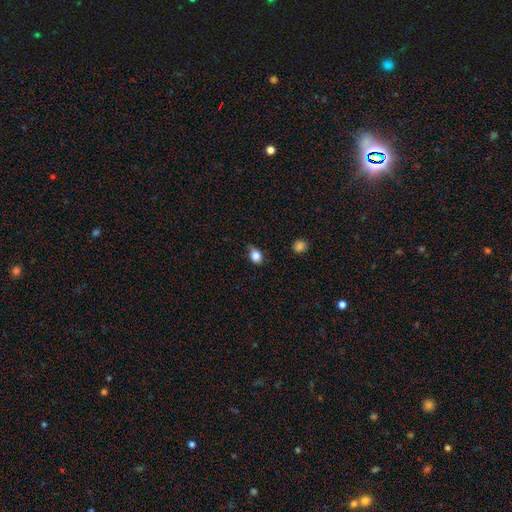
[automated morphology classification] A smooth galaxy with no disk features (85%) that is in between round and cigar-shaped (55%). Merging: none (57%).